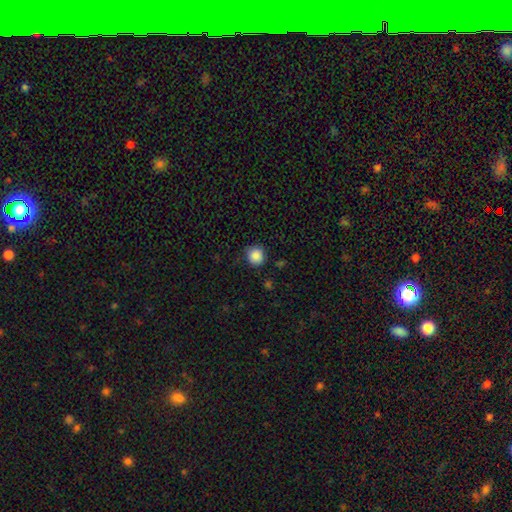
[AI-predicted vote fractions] This is clearly a smooth galaxy (88%). How rounded: clearly round (92%). Merging: clearly none (86%).